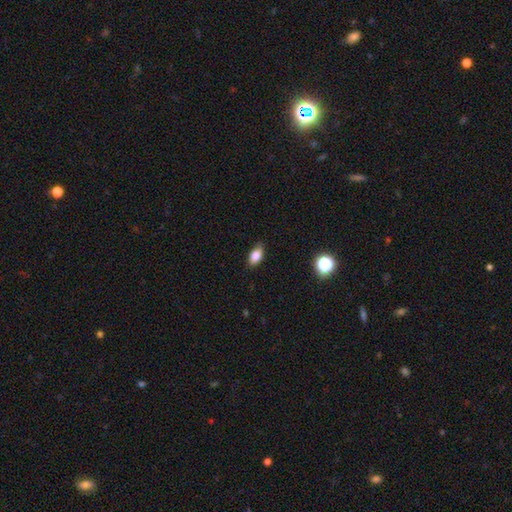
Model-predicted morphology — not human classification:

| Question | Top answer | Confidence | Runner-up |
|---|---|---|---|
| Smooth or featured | smooth | 79% | featured or disk (12%) |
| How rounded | in between | 87% | round (7%) |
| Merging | none | 87% | minor disturbance (10%) |